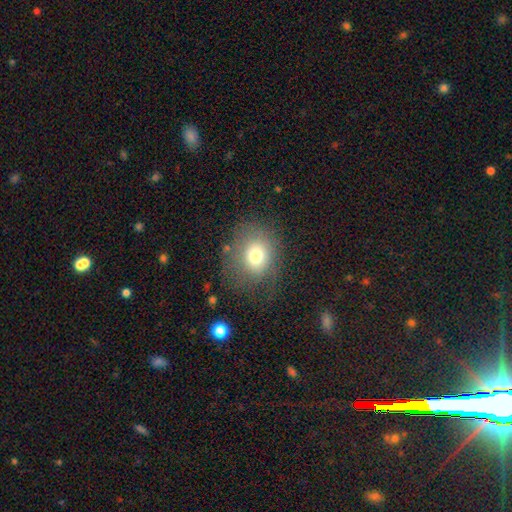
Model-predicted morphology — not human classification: A smooth galaxy with no disk features (72%) that is round (64%).

Vote fractions:
- Smooth or featured? smooth: 72% / featured or disk: 16% / star or artifact: 13%
- How rounded? round: 64% / in between: 35% / cigar-shaped: 1%
- Merging? none: 63% / minor disturbance: 20% / major disturbance: 15% / merger: 2%